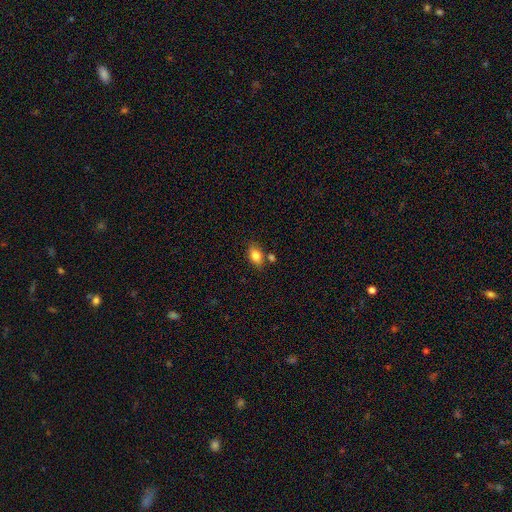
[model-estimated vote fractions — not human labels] Smooth or featured: smooth — 82% (featured or disk — 9%)
How rounded: in between — 82% (round — 16%)
Merging: none — 70% (minor disturbance — 15%)